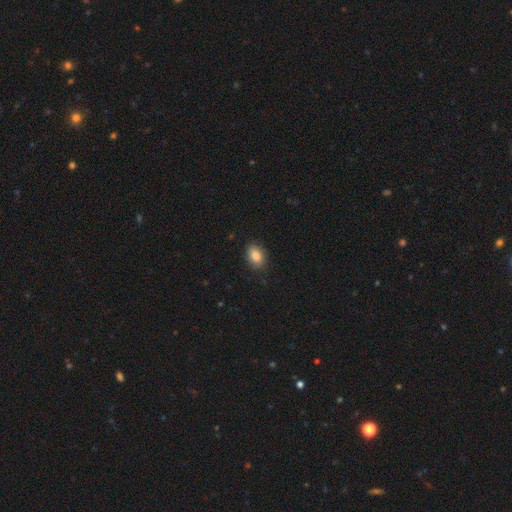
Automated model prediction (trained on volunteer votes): smooth 84%, star or artifact 9%, featured or disk 7%. Down the decision tree: how rounded — in between (82%); merging — none (86%).